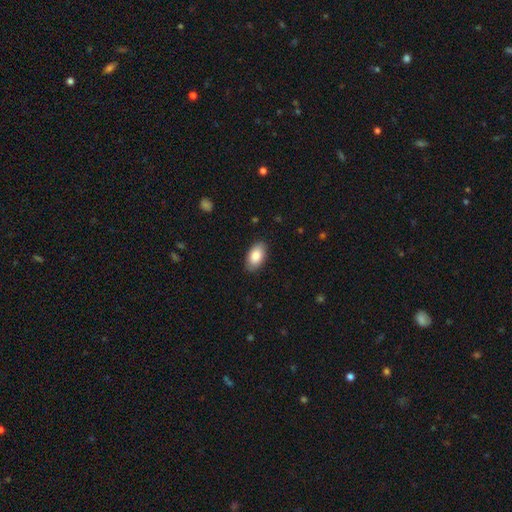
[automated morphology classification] type=smooth (87%); roundness=in between (94%); merging=none (87%).